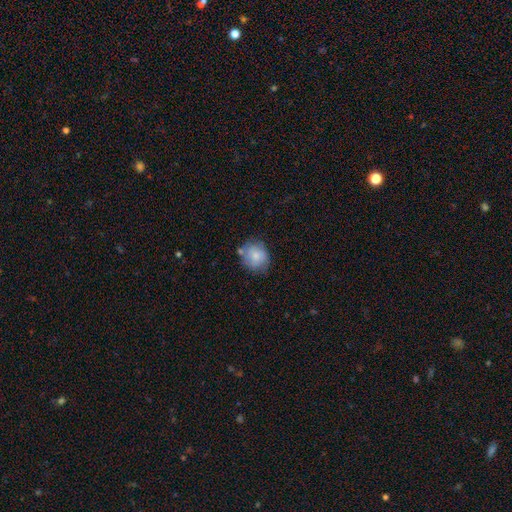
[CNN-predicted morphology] Smooth or featured?
  - smooth: 75% *
  - featured or disk: 18%
  - star or artifact: 8%
How rounded?
  - round: 77% *
  - in between: 22%
  - cigar-shaped: 1%
Merging?
  - none: 63% *
  - minor disturbance: 23%
  - merger: 7%
  - major disturbance: 6%